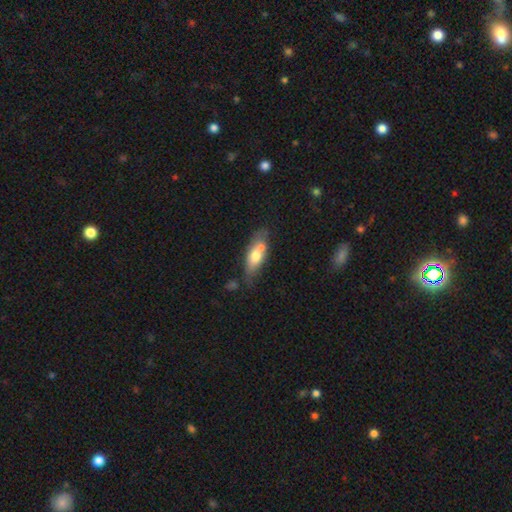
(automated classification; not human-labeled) The model was most divided on "merging": none: 48%, merger: 26%, minor disturbance: 19%, major disturbance: 6%. More confident: how rounded — in between (74%); smooth or featured — smooth (62%).